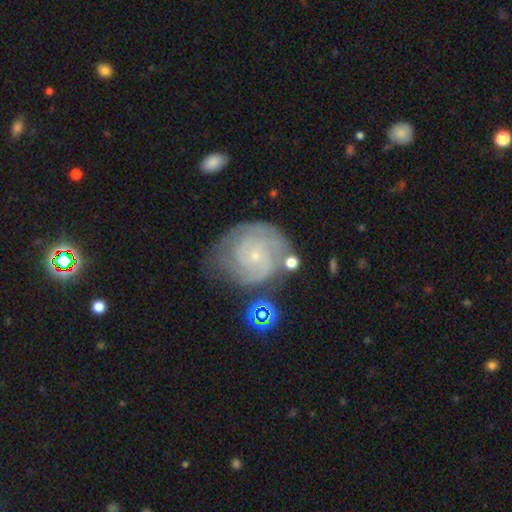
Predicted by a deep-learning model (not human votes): Q: Smooth or featured?
A: featured or disk (81%); runner-up: smooth (12%)
Q: Edge-on disk?
A: no (98%); runner-up: yes (2%)
Q: Bar?
A: no (77%); runner-up: weak (19%)
Q: Spiral arms?
A: yes (94%); runner-up: no (6%)
Q: Spiral winding?
A: tight (69%); runner-up: medium (25%)
Q: Spiral arm count?
A: can't tell (32%); runner-up: 2 (24%)
Q: Bulge size?
A: small (87%); runner-up: moderate (8%)
Q: Merging?
A: none (64%); runner-up: minor disturbance (22%)